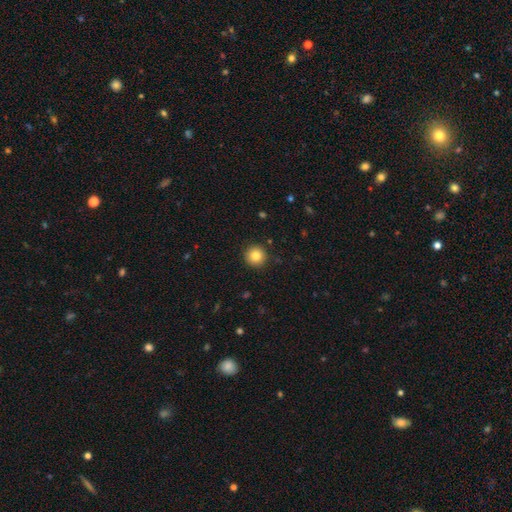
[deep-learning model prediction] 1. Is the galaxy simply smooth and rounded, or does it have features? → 83% smooth, 10% star or artifact, 7% featured or disk.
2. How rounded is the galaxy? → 96% round, 3% in between, 1% cigar-shaped.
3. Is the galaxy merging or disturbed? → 92% none, 5% minor disturbance, 2% major disturbance, 1% merger.